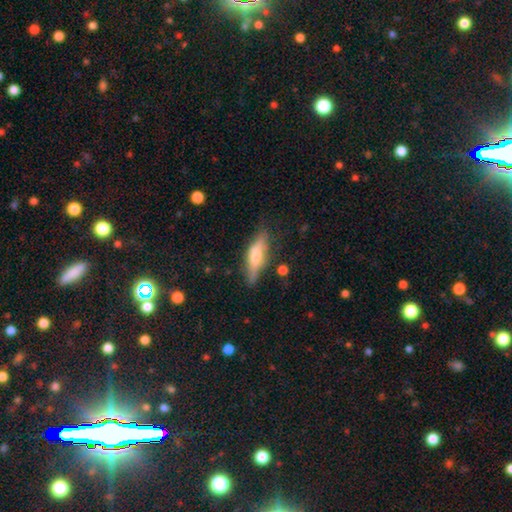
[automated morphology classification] Smooth or featured? Predicted: featured or disk (p=0.47). Merging? Predicted: none (p=0.77).